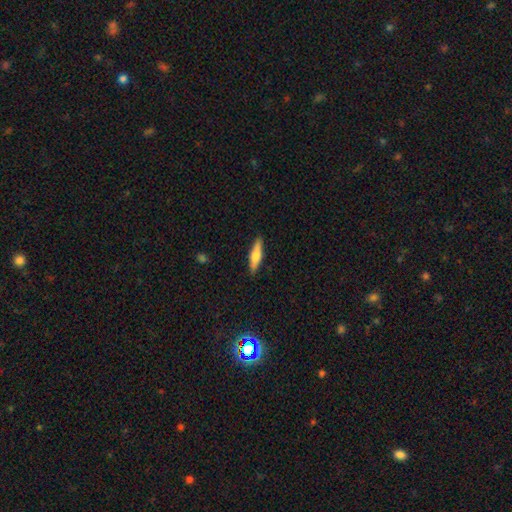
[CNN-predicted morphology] smooth_or_featured: smooth (p=0.57) [alt: featured or disk p=0.37]
how_rounded: cigar-shaped (p=0.74) [alt: in between p=0.24]
merging: none (p=0.89) [alt: minor disturbance p=0.08]